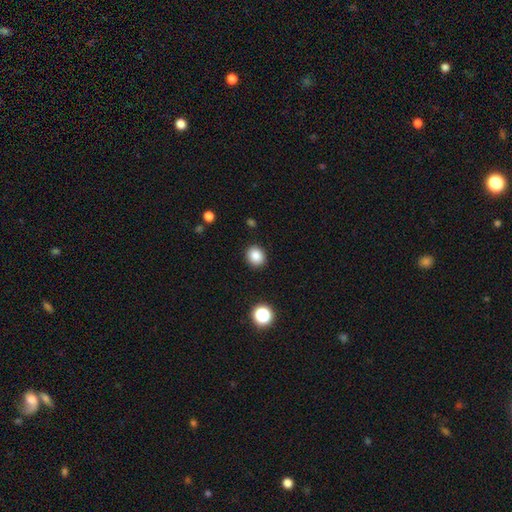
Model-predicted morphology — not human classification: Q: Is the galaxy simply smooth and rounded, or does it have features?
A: smooth — 86%.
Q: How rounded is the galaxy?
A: round — 73%.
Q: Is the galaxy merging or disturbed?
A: none — 90%.